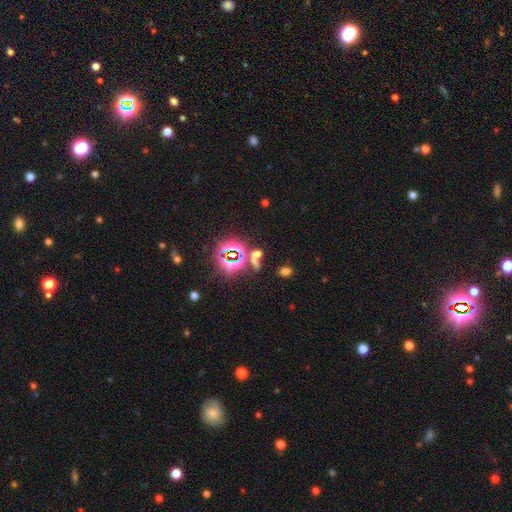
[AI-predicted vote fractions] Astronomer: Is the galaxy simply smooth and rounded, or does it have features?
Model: star or artifact — 58%.